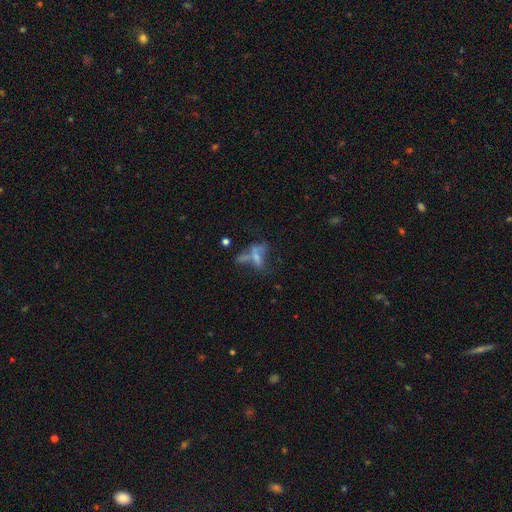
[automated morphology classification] Smooth or featured? Predicted: featured or disk (p=0.41). Merging? Predicted: merger (p=0.37).